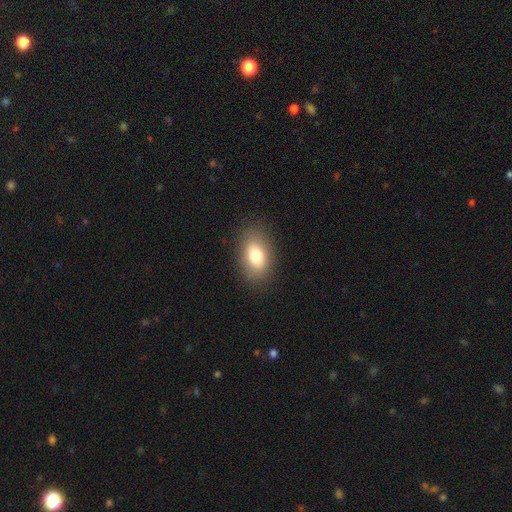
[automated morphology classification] This appears to be a smooth galaxy with no disk features (76%) that is in between round and cigar-shaped (86%). Merging: none (85%).